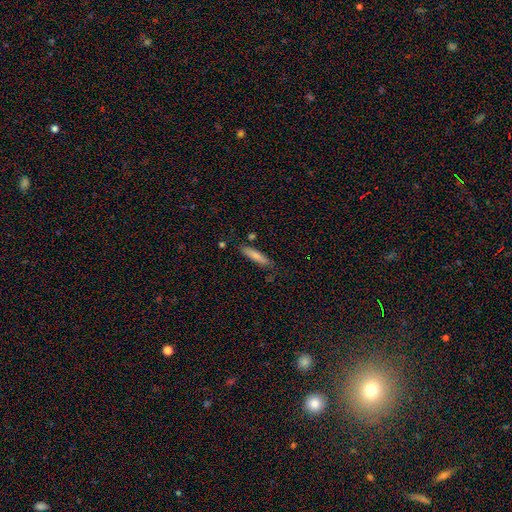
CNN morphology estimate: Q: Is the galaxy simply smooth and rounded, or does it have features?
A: smooth — 77%.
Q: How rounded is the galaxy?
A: cigar-shaped — 83%.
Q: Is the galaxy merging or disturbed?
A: none — 78%.